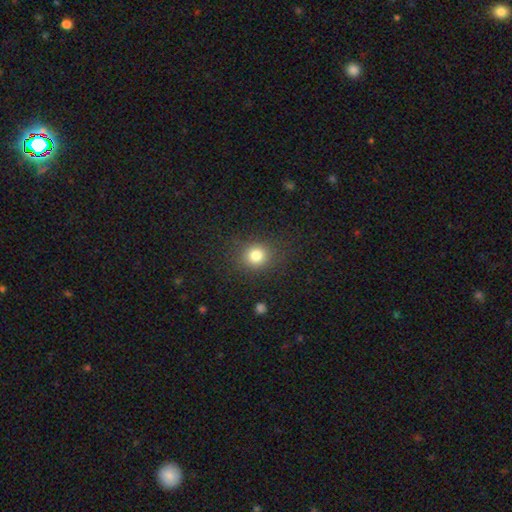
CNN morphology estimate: Smooth or featured: smooth — 81% (star or artifact — 13%)
How rounded: round — 83% (in between — 16%)
Merging: none — 85% (minor disturbance — 9%)